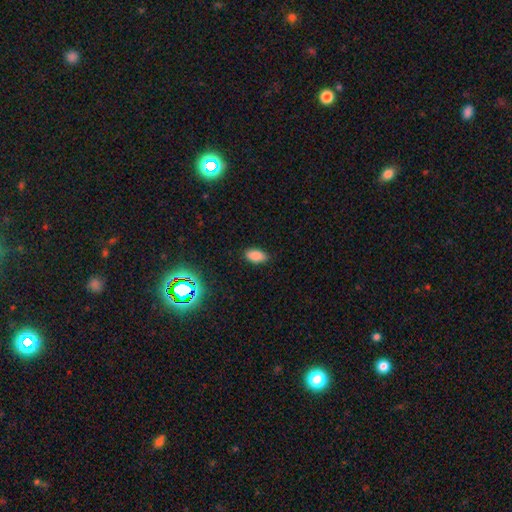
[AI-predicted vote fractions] Smooth or featured?
  - smooth: 84% *
  - star or artifact: 12%
  - featured or disk: 5%
How rounded?
  - in between: 93% *
  - round: 4%
  - cigar-shaped: 3%
Merging?
  - none: 84% *
  - minor disturbance: 12%
  - major disturbance: 2%
  - merger: 1%